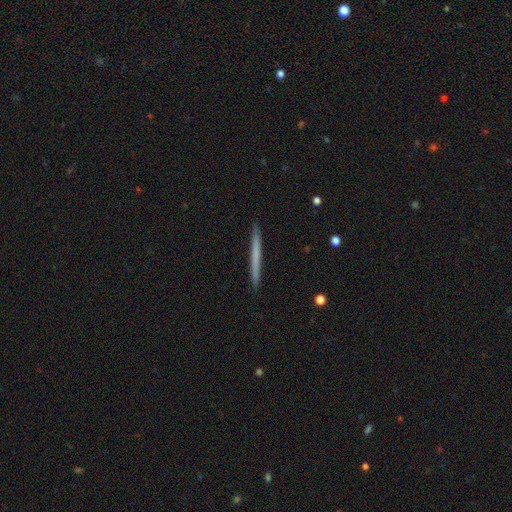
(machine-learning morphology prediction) A smooth galaxy with no disk features (55%) that is cigar-shaped (97%).

Vote fractions:
- Smooth or featured? smooth: 55% / featured or disk: 40% / star or artifact: 5%
- How rounded? cigar-shaped: 97% / in between: 1% / round: 1%
- Merging? none: 92% / minor disturbance: 5% / major disturbance: 1% / merger: 1%